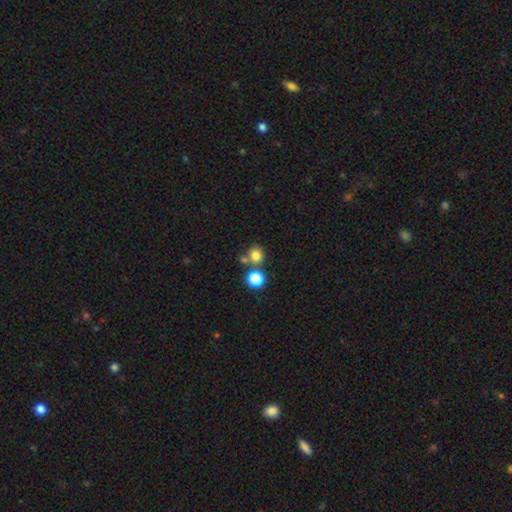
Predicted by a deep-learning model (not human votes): Morphology: type=smooth (78%); roundness=round (86%); merging=none (67%).